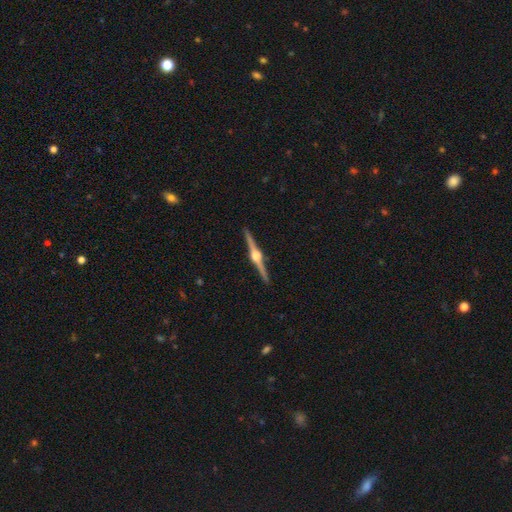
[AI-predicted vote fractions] A featured or disk galaxy (89%) viewed edge-on (99%) with a rounded central bulge (96%).

Vote fractions:
- Smooth or featured? featured or disk: 89% / smooth: 7% / star or artifact: 5%
- Edge-on disk? yes: 99% / no: 1%
- Edge-on bulge? rounded: 96% / boxy: 3% / none: 1%
- Merging? none: 93% / minor disturbance: 5% / major disturbance: 1% / merger: 1%